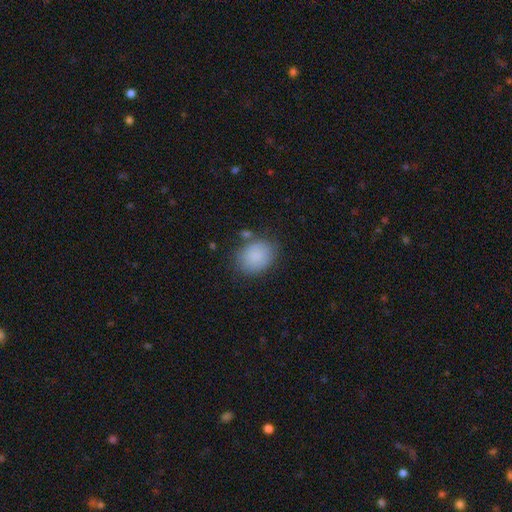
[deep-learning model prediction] Q: Smooth or featured?
A: smooth (86%); runner-up: star or artifact (7%)
Q: How rounded?
A: in between (52%); runner-up: round (47%)
Q: Merging?
A: none (74%); runner-up: minor disturbance (16%)